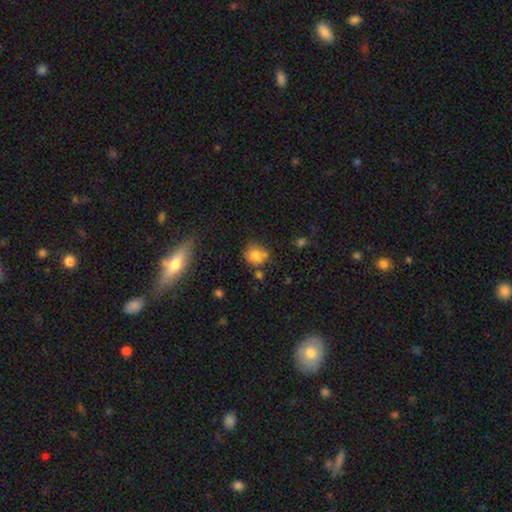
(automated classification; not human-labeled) Overall: smooth (78%). How rounded: round (79%). Merging: none (59%; minor disturbance 21%).